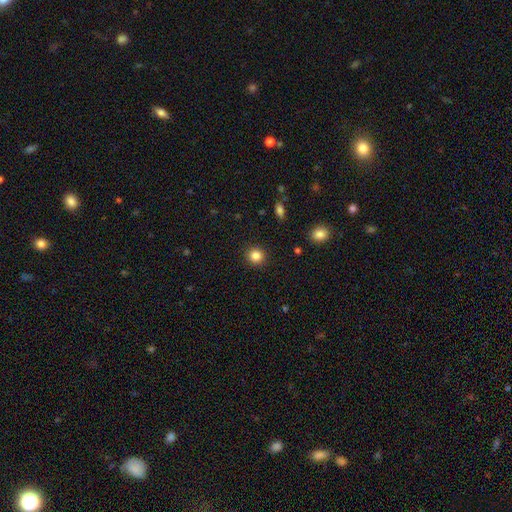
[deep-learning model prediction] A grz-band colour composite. It shows a smooth galaxy with no disk features (85%) that is round (91%). Merging: none (91%).